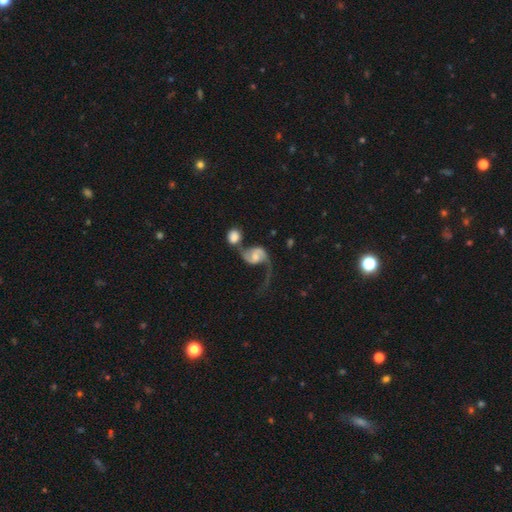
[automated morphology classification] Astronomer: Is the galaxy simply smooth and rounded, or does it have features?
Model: featured or disk — 78%.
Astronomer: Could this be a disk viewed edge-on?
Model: no — 98%.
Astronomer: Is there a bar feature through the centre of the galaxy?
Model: no — 56% (runner-up: weak, 34%).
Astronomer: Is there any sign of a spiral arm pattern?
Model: yes — 93%.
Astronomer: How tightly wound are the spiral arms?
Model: loose — 69%.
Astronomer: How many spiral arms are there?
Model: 2 — 73%.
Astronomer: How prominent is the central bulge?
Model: moderate — 50% (runner-up: small, 31%).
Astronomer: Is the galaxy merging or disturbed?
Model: merger — 39% (runner-up: major disturbance, 25%).